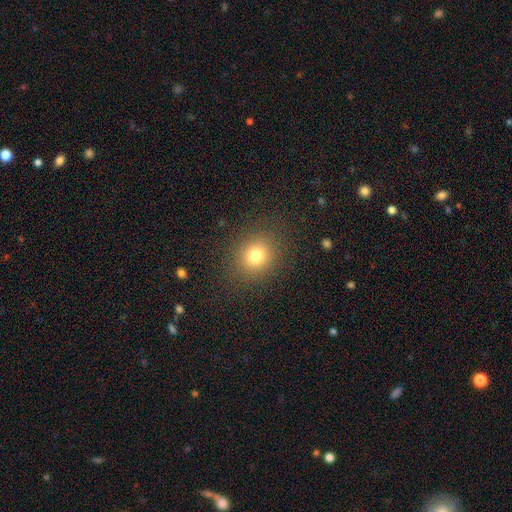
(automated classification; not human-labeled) A smooth galaxy with no disk features (76%) that is round (76%).

Vote fractions:
- Smooth or featured? smooth: 76% / star or artifact: 15% / featured or disk: 9%
- How rounded? round: 76% / in between: 23% / cigar-shaped: 1%
- Merging? none: 87% / minor disturbance: 8% / major disturbance: 4% / merger: 1%